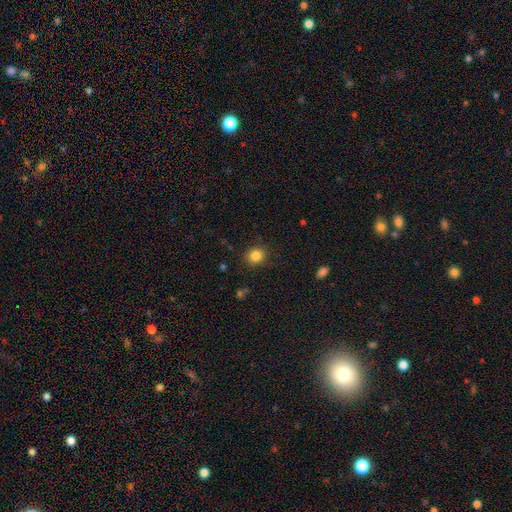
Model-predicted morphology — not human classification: smooth 85%, star or artifact 11%, featured or disk 5%. Down the decision tree: how rounded — round (81%); merging — none (88%).